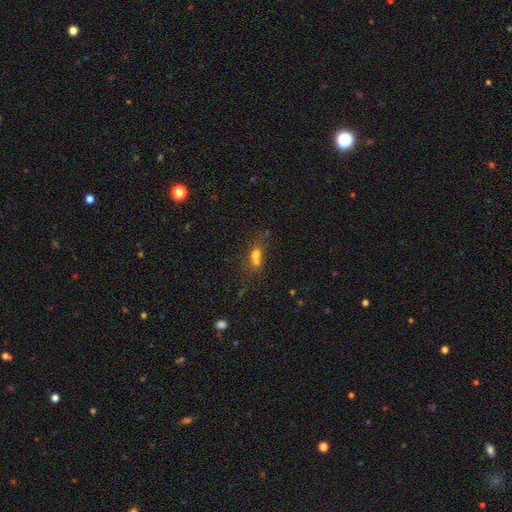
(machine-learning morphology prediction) smooth_or_featured: smooth (p=0.56) [alt: star or artifact p=0.24]
how_rounded: in between (p=0.50) [alt: round p=0.41]
merging: merger (p=0.48) [alt: none p=0.35]